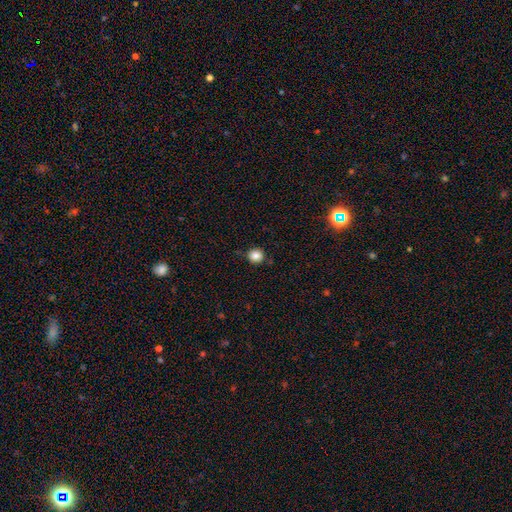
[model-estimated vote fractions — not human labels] This appears to be a smooth galaxy with no disk features (85%) that is round (89%). Merging: none (87%).